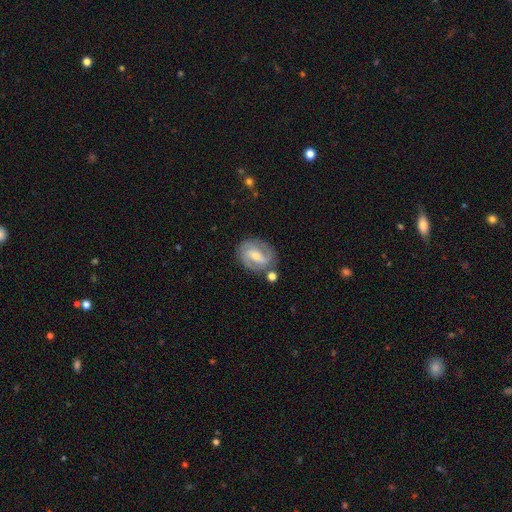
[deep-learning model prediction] The model was most divided on "spiral winding" (2-way tie): tight: 43%, medium: 43%, loose: 14%. Remaining: edge-on disk — no (96%); spiral arms — yes (90%); smooth or featured — featured or disk (77%); merging — none (72%); spiral arm count — 2 (71%); bulge size — small (52%); bar — weak (44%).